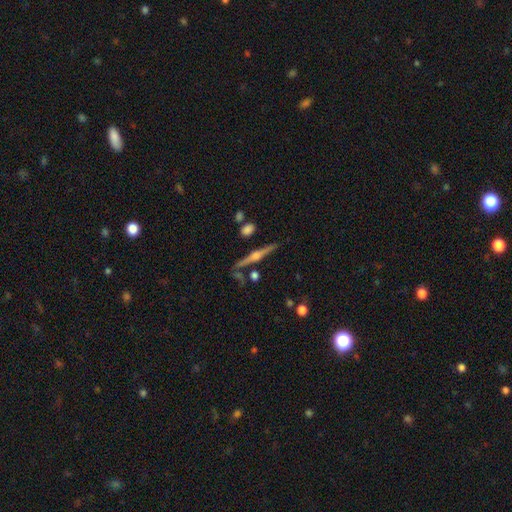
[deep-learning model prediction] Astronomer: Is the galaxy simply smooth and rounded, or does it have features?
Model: featured or disk — 82%.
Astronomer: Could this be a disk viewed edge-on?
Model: yes — 98%.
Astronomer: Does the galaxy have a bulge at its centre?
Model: rounded — 90%.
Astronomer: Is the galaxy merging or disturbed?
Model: none — 84%.